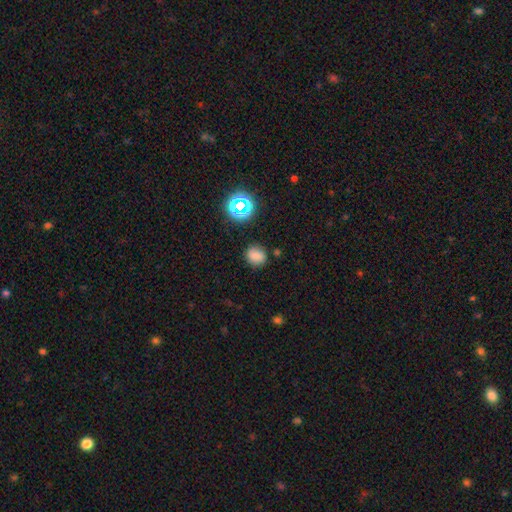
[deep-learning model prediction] smooth 73%, star or artifact 18%, featured or disk 9%. Down the decision tree: how rounded — round (73%); merging — none (79%).